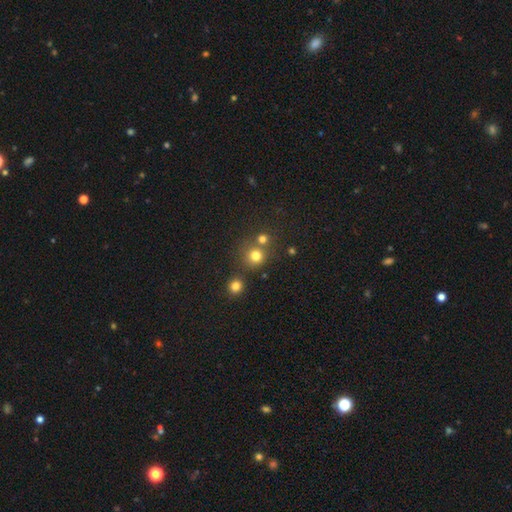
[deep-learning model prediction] smooth 76%, star or artifact 17%, featured or disk 7%. Down the decision tree: how rounded — round (89%); merging — none (65%).